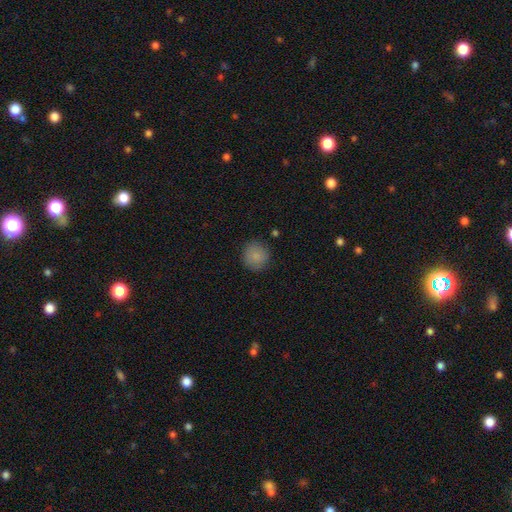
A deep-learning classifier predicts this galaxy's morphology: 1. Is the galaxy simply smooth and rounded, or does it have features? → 86% smooth, 9% star or artifact, 5% featured or disk.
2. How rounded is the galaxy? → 91% round, 8% in between, 1% cigar-shaped.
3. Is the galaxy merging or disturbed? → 88% none, 9% minor disturbance, 2% major disturbance, 1% merger.